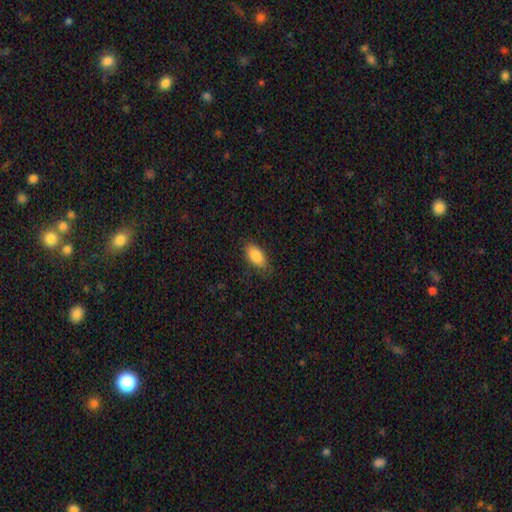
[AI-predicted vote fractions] A smooth galaxy with no disk features (87%) that is in between round and cigar-shaped (89%).

Vote fractions:
- Smooth or featured? smooth: 87% / star or artifact: 7% / featured or disk: 6%
- How rounded? in between: 89% / cigar-shaped: 8% / round: 3%
- Merging? none: 78% / minor disturbance: 17% / major disturbance: 4% / merger: 1%